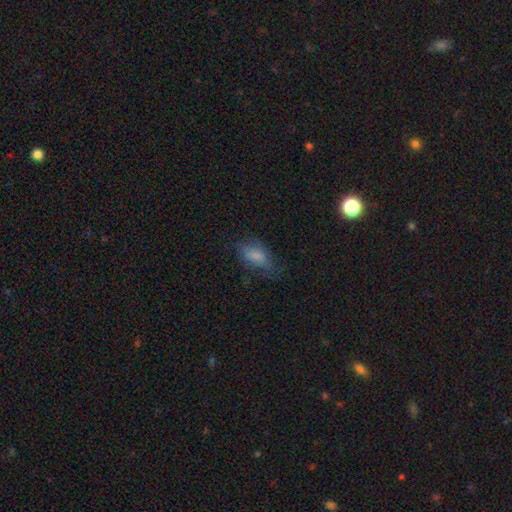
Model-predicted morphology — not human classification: A smooth galaxy with no disk features (74%) that is in between round and cigar-shaped (87%).

Vote fractions:
- Smooth or featured? smooth: 74% / featured or disk: 16% / star or artifact: 10%
- How rounded? in between: 87% / cigar-shaped: 8% / round: 5%
- Merging? none: 55% / minor disturbance: 27% / major disturbance: 17% / merger: 2%